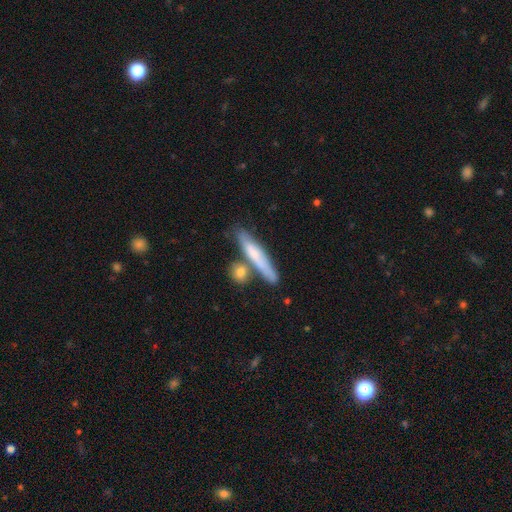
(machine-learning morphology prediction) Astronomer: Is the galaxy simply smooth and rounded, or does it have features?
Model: smooth — 60%.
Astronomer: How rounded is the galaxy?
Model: cigar-shaped — 88%.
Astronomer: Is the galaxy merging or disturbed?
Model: none — 65%.